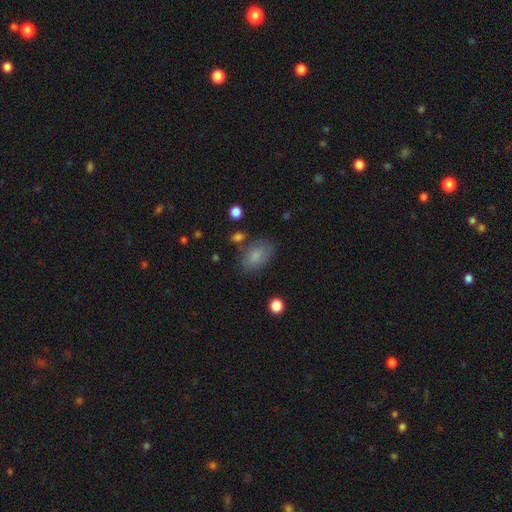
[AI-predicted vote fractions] Smooth or featured? Predicted: smooth (p=0.82). How rounded? Predicted: in between (p=0.89). Merging? Predicted: none (p=0.70).